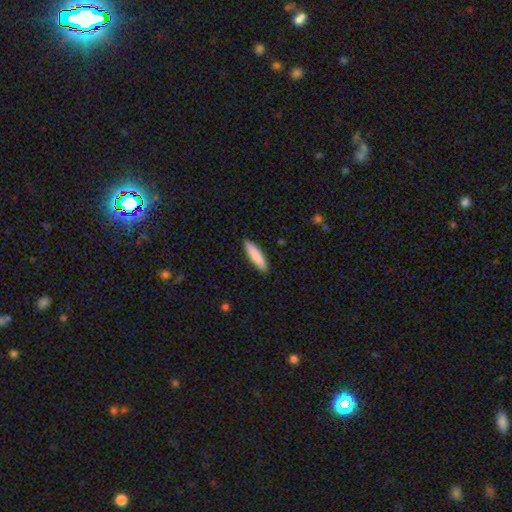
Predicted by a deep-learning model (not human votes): The model was most divided on "how rounded": cigar-shaped: 73%, in between: 26%, round: 1%. More confident: merging — none (90%); smooth or featured — smooth (87%).